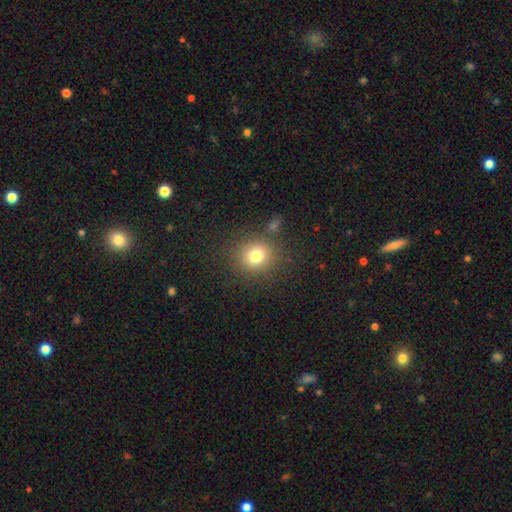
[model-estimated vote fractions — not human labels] smooth_or_featured: smooth (p=0.77) [alt: star or artifact p=0.14]
how_rounded: round (p=0.84) [alt: in between p=0.15]
merging: none (p=0.82) [alt: minor disturbance p=0.09]